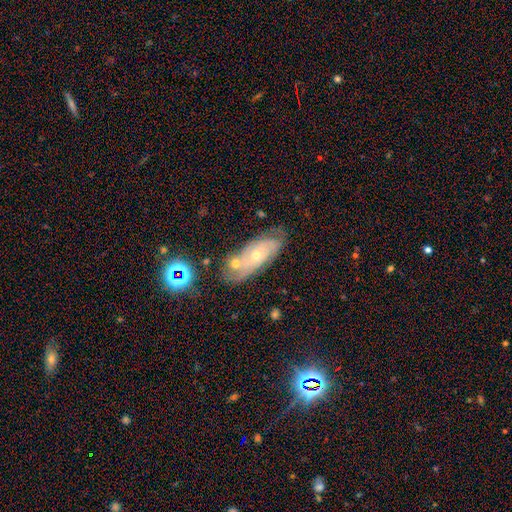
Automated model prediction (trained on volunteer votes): smooth_or_featured: featured or disk (p=0.66) [alt: smooth p=0.24]
disk_edge_on: no (p=0.88) [alt: yes p=0.12]
bar: no (p=0.76) [alt: weak p=0.19]
has_spiral_arms: yes (p=0.80) [alt: no p=0.20]
bulge_size: small (p=0.54) [alt: moderate p=0.43]
merging: none (p=0.55) [alt: minor disturbance p=0.20]